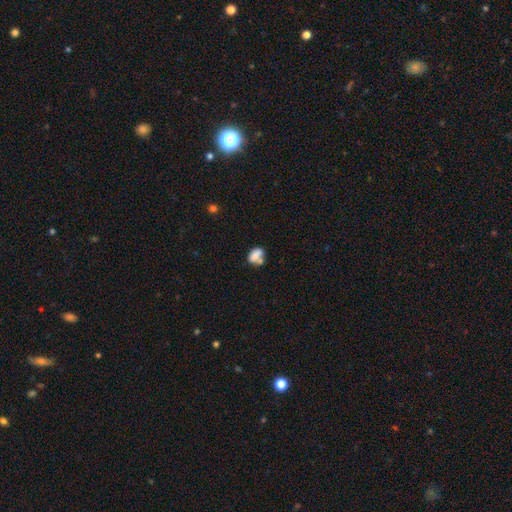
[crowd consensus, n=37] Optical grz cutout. It shows a smooth galaxy with no disk features (73%) that is in between round and cigar-shaped (70%). Merging: merger (50%).